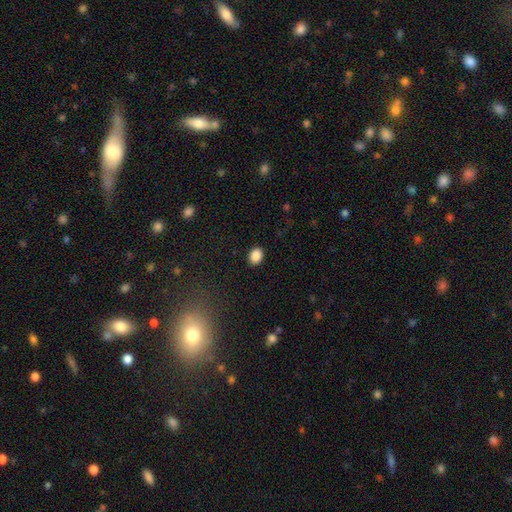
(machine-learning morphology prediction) Smooth or featured?
  - smooth: 88% *
  - star or artifact: 9%
  - featured or disk: 3%
How rounded?
  - in between: 62% *
  - round: 37%
  - cigar-shaped: 1%
Merging?
  - none: 90% *
  - minor disturbance: 7%
  - major disturbance: 2%
  - merger: 1%